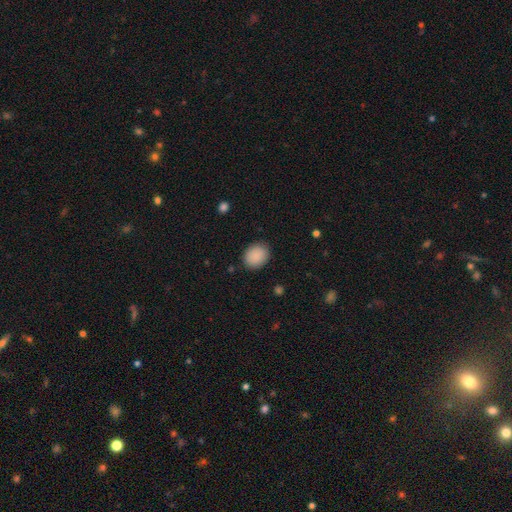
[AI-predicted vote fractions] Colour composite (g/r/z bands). It shows a smooth galaxy with no disk features (89%) that is round (54%). Merging: none (87%).